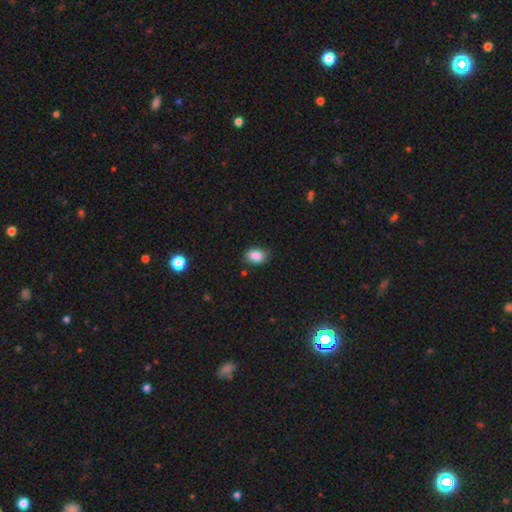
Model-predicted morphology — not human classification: This appears to be a smooth galaxy with no disk features (87%) that is in between round and cigar-shaped (79%). Merging: none (81%).